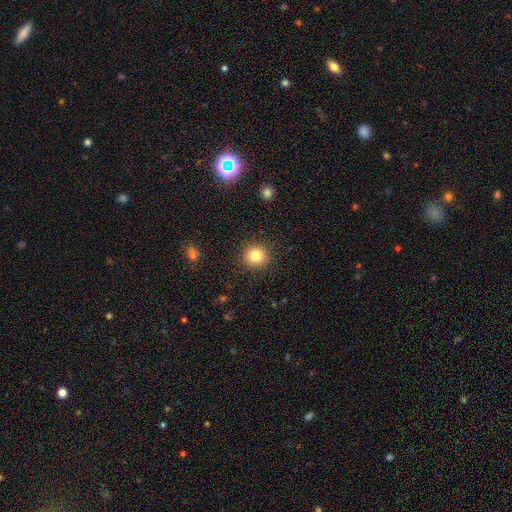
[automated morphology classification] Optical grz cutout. It shows a smooth galaxy with no disk features (83%) that is round (89%). Merging: none (90%).